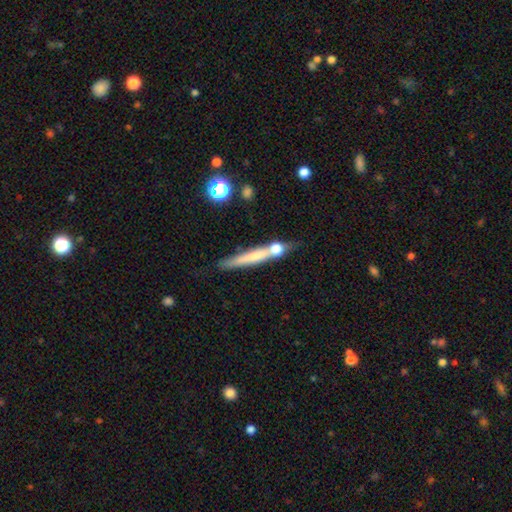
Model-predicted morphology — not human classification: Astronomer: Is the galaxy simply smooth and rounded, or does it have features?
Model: smooth — 53% (runner-up: featured or disk, 38%).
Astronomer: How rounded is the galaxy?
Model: cigar-shaped — 93%.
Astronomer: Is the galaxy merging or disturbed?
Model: none — 68%.